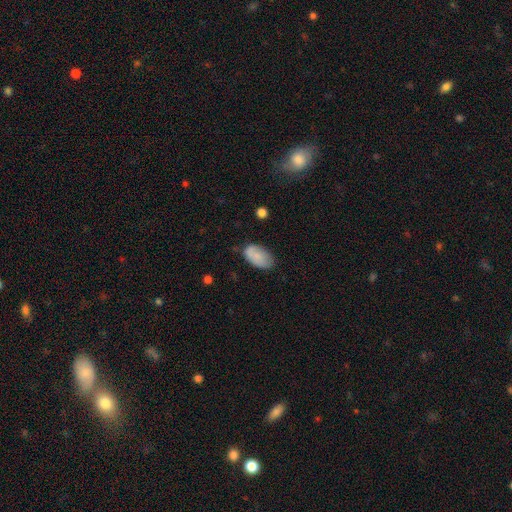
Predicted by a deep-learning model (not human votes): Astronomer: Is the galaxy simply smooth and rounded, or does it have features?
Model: smooth — 81%.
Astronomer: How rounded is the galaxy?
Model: in between — 94%.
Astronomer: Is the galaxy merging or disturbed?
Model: none — 70%.